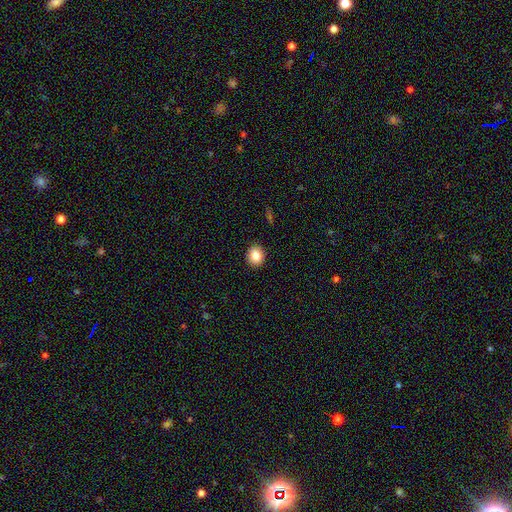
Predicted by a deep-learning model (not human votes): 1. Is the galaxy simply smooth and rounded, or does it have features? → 84% smooth, 9% star or artifact, 7% featured or disk.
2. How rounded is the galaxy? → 72% round, 27% in between, 1% cigar-shaped.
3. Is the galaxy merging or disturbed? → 91% none, 6% minor disturbance, 2% major disturbance, 1% merger.